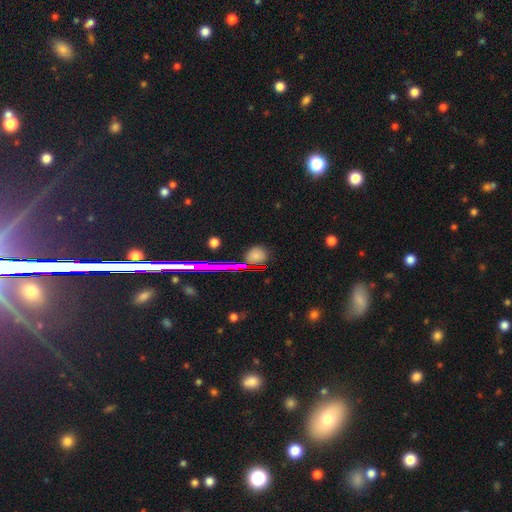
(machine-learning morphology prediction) smooth 67%, star or artifact 26%, featured or disk 7%. Down the decision tree: how rounded — round (78%); merging — none (79%).